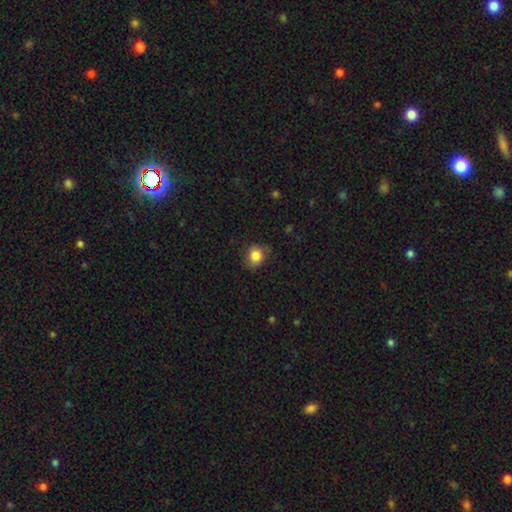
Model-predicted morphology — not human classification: Q: Smooth or featured?
A: smooth (84%); runner-up: star or artifact (9%)
Q: How rounded?
A: round (74%); runner-up: in between (25%)
Q: Merging?
A: none (75%); runner-up: minor disturbance (19%)